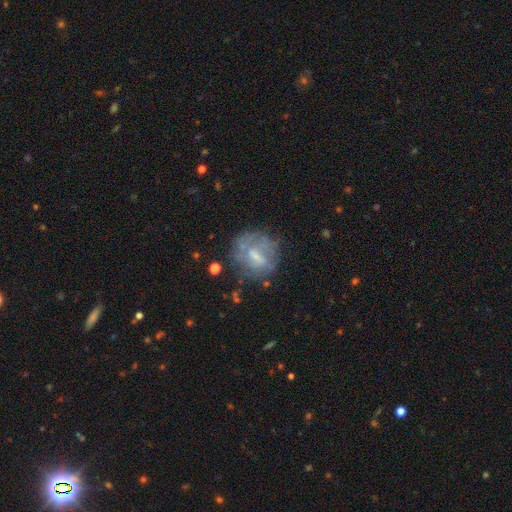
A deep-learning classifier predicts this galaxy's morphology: type=featured or disk (57%); edge-on=no (96%); bar=weak (51%); spiral arms=no (57%); bulge=small (36%, tied with moderate); merging=none (59%).